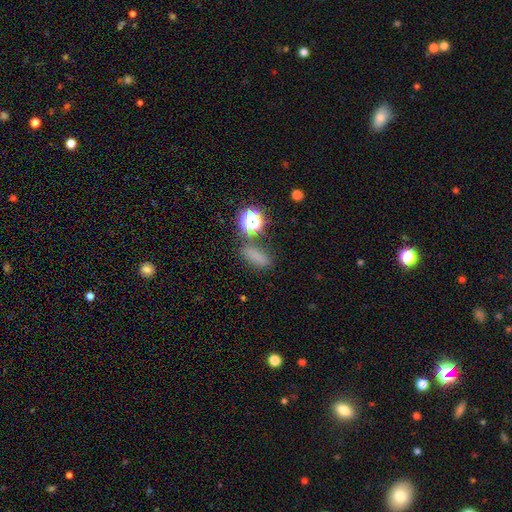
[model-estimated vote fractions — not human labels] smooth 69%, star or artifact 23%, featured or disk 8%. Down the decision tree: how rounded — in between (62%); merging — none (71%).